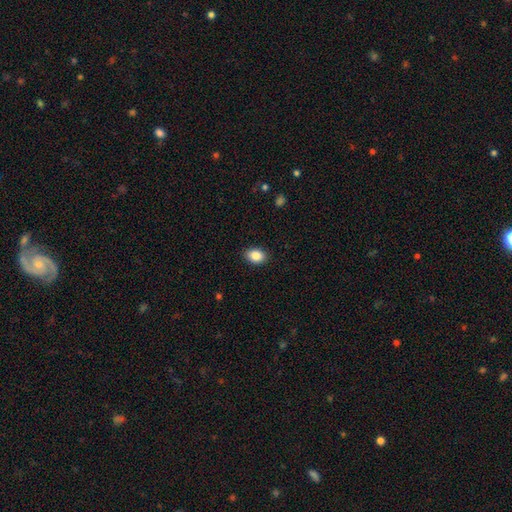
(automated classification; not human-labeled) Q: Smooth or featured?
A: smooth (87%); runner-up: star or artifact (8%)
Q: How rounded?
A: in between (75%); runner-up: round (24%)
Q: Merging?
A: none (89%); runner-up: minor disturbance (8%)